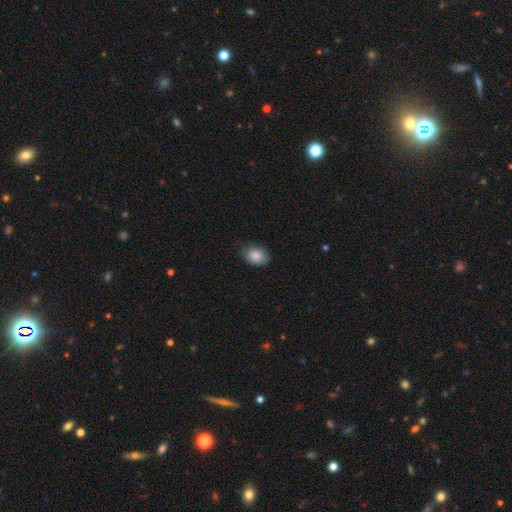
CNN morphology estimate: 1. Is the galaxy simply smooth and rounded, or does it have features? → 84% smooth, 8% featured or disk, 7% star or artifact.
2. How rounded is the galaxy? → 71% in between, 28% round, 1% cigar-shaped.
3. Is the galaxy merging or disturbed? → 69% none, 25% minor disturbance, 5% major disturbance, 1% merger.